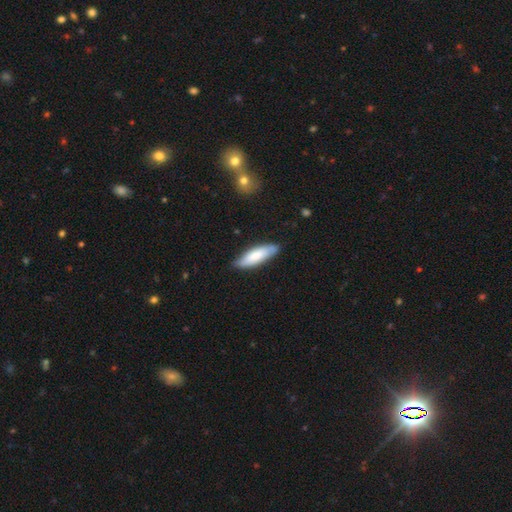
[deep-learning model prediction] Smooth or featured: smooth — 77% (featured or disk — 18%)
How rounded: cigar-shaped — 50% (in between — 49%)
Merging: none — 82% (minor disturbance — 15%)